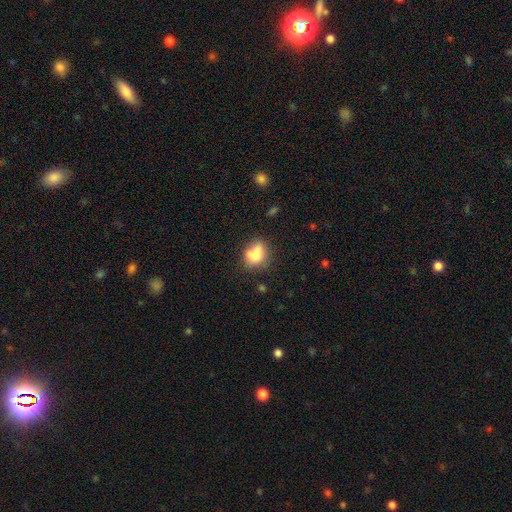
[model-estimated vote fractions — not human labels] smooth-or-featured: smooth: 70% | featured or disk: 19% | star or artifact: 10%
  how-rounded: in between: 61% | round: 35% | cigar-shaped: 3%
  merging: none: 39% | merger: 31% | minor disturbance: 20% | major disturbance: 10%